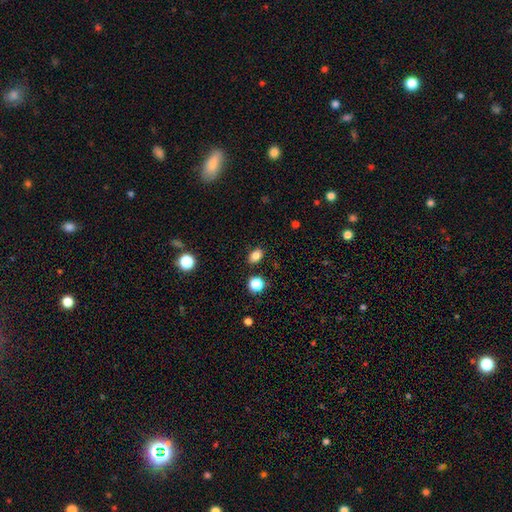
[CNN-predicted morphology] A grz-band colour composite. It shows a smooth galaxy with no disk features (82%) that is in between round and cigar-shaped (74%). Merging: none (86%).